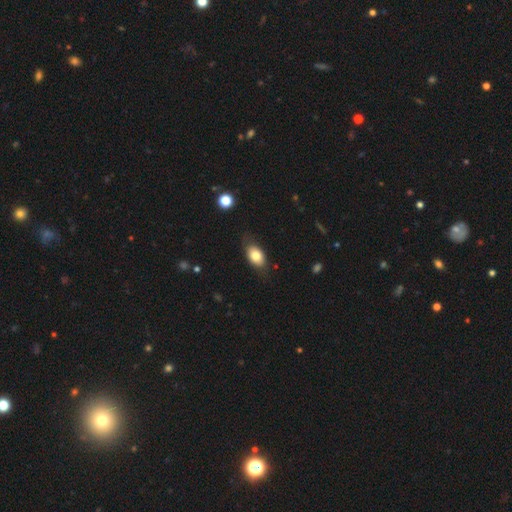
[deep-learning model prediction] The model was most divided on "merging": none: 76%, minor disturbance: 18%, major disturbance: 5%, merger: 1%. More confident: how rounded — in between (88%); smooth or featured — smooth (79%).